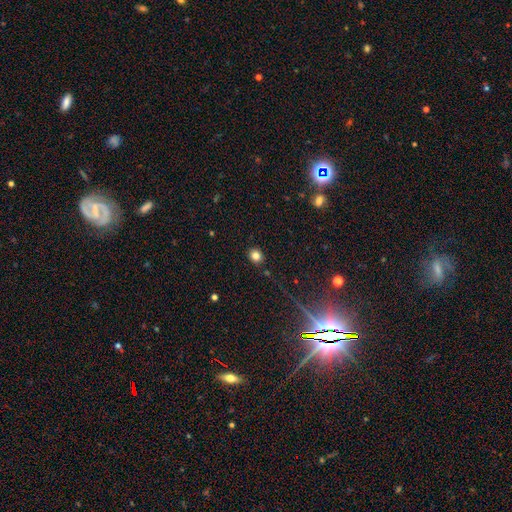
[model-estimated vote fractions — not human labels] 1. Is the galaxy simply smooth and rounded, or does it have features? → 81% smooth, 13% star or artifact, 6% featured or disk.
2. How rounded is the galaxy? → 76% round, 23% in between, 1% cigar-shaped.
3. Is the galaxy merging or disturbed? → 88% none, 7% minor disturbance, 2% major disturbance, 2% merger.